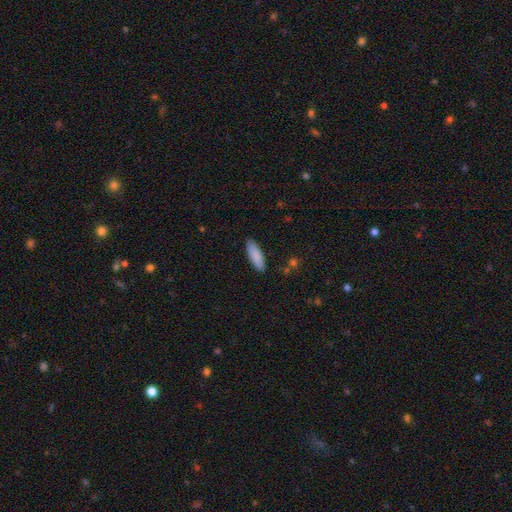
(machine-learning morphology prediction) Q: Smooth or featured?
A: smooth (88%); runner-up: featured or disk (6%)
Q: How rounded?
A: in between (56%); runner-up: cigar-shaped (43%)
Q: Merging?
A: none (88%); runner-up: minor disturbance (9%)